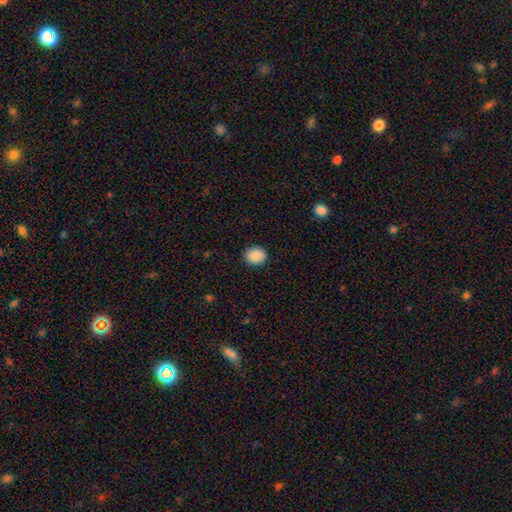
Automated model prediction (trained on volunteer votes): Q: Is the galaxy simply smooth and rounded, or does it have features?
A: smooth — 89%.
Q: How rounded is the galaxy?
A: round — 63%.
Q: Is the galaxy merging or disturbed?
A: none — 90%.